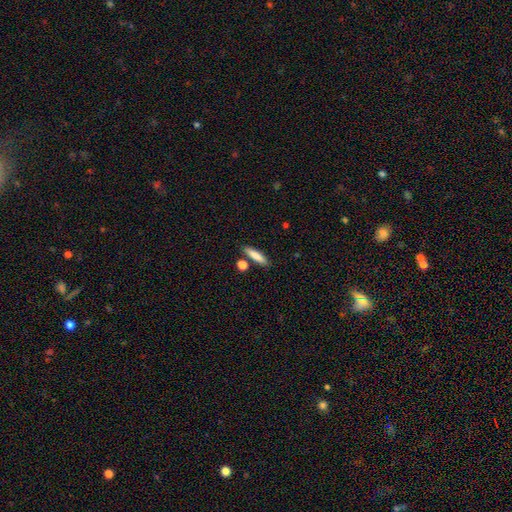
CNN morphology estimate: smooth 81%, featured or disk 12%, star or artifact 6%. Down the decision tree: how rounded — cigar-shaped (74%); merging — none (80%).